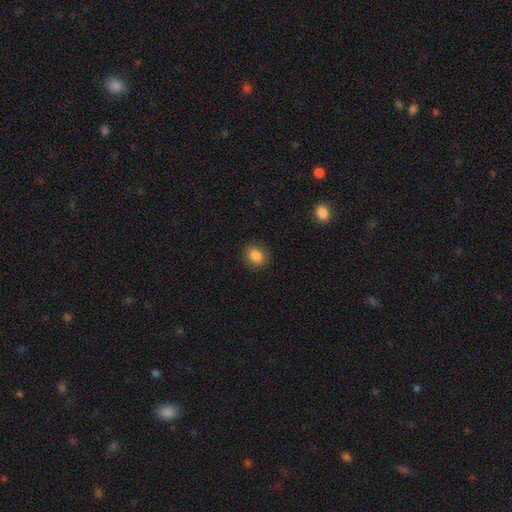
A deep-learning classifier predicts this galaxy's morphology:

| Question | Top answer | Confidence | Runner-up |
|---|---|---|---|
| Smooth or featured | smooth | 86% | star or artifact (9%) |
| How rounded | in between | 56% | round (43%) |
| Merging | none | 88% | minor disturbance (9%) |